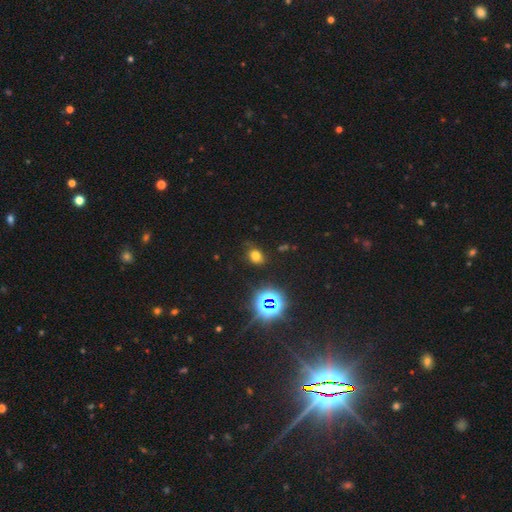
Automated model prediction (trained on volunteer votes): Smooth or featured: smooth — 64% (star or artifact — 28%)
How rounded: in between — 55% (round — 43%)
Merging: none — 75% (minor disturbance — 17%)